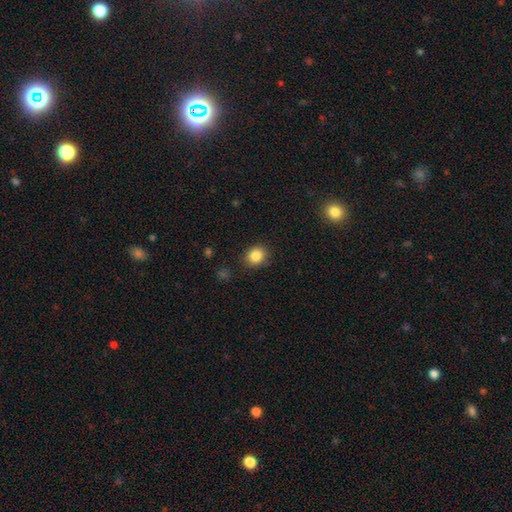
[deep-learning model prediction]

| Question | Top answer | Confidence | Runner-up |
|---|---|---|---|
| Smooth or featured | smooth | 85% | star or artifact (10%) |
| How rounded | round | 68% | in between (31%) |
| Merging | none | 84% | minor disturbance (11%) |